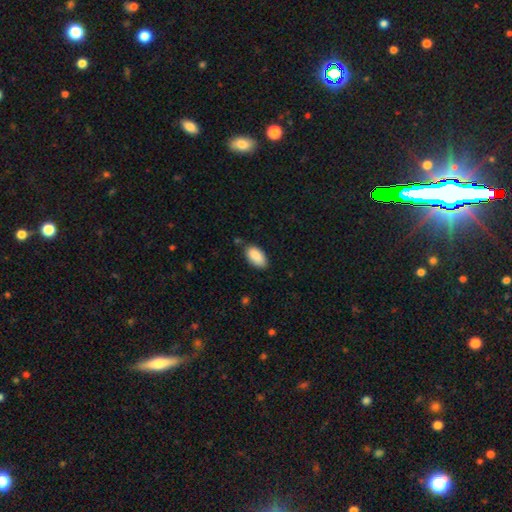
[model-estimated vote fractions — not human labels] smooth-or-featured: smooth: 89% | star or artifact: 6% | featured or disk: 5%
  how-rounded: in between: 94% | cigar-shaped: 3% | round: 3%
  merging: none: 79% | minor disturbance: 16% | major disturbance: 3% | merger: 2%